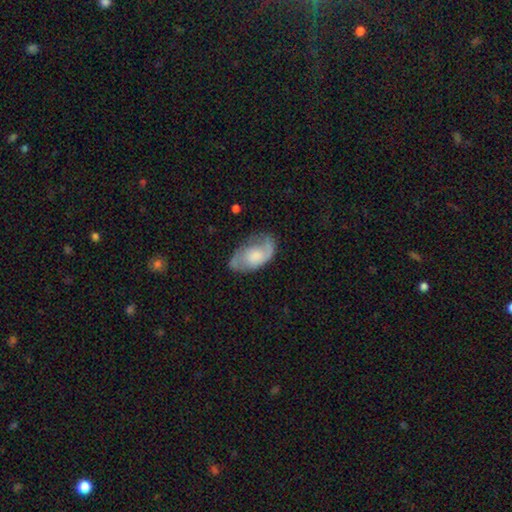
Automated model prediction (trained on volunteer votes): Overall: featured or disk (55%; smooth 39%). Edge-on disk: no (94%). Bar: no (74%). Spiral arms: yes (74%). Bulge size: moderate (32%; large 30%). Merging: none (56%; minor disturbance 27%).